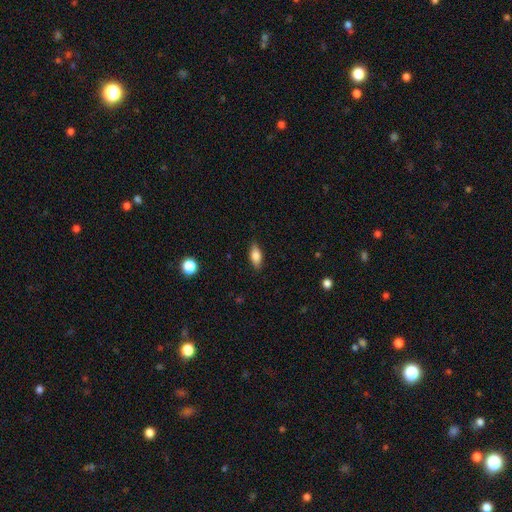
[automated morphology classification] A smooth galaxy with no disk features (82%) that is in between round and cigar-shaped (83%). Merging: none (86%).